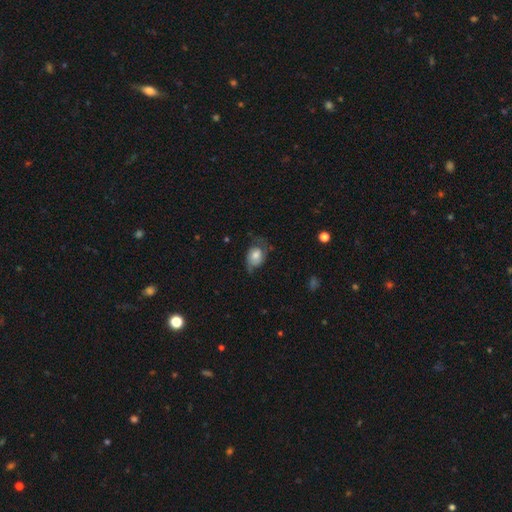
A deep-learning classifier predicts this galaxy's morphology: smooth-or-featured: smooth: 58% | featured or disk: 34% | star or artifact: 8%
  how-rounded: in between: 61% | round: 38% | cigar-shaped: 1%
  merging: none: 43% | minor disturbance: 33% | major disturbance: 23% | merger: 2%